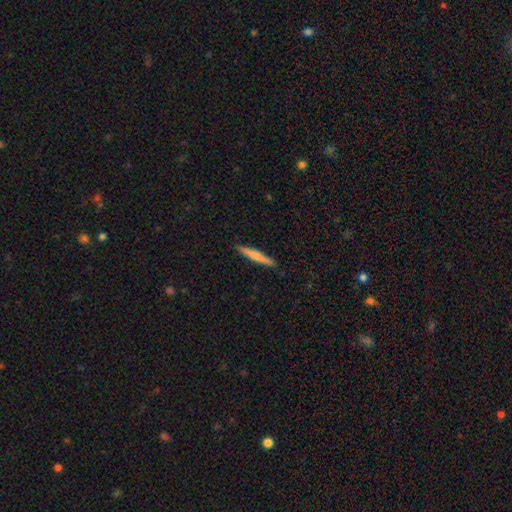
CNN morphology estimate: Smooth or featured: smooth — 59% (featured or disk — 36%)
How rounded: cigar-shaped — 95% (in between — 4%)
Merging: none — 91% (minor disturbance — 6%)